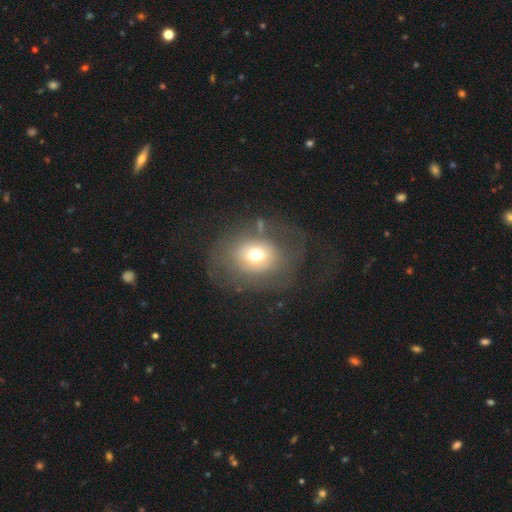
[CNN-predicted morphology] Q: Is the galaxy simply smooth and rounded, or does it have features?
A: smooth — 55%.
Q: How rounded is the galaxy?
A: round — 52%.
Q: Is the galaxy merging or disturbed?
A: none — 50%.